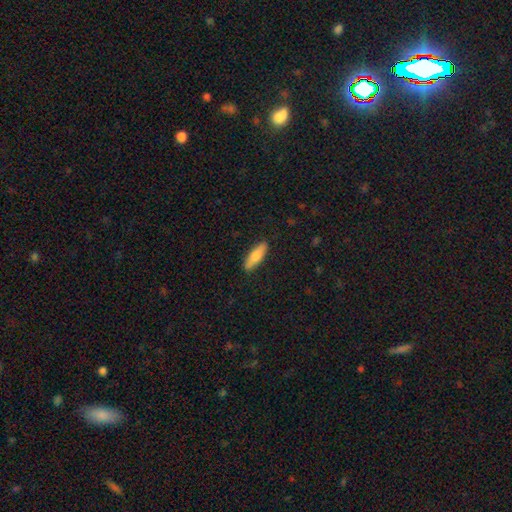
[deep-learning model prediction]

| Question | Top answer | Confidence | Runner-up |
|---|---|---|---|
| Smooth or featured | smooth | 75% | featured or disk (19%) |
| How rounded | cigar-shaped | 56% | in between (42%) |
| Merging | none | 88% | minor disturbance (9%) |